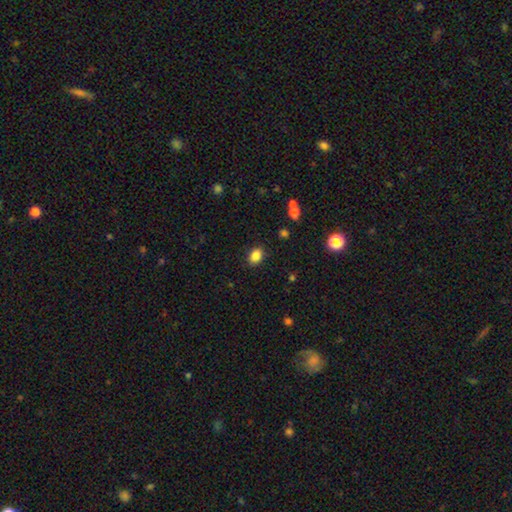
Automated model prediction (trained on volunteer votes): smooth-or-featured: smooth: 85% | star or artifact: 10% | featured or disk: 5%
  how-rounded: in between: 72% | round: 27% | cigar-shaped: 1%
  merging: none: 87% | minor disturbance: 9% | major disturbance: 2% | merger: 1%